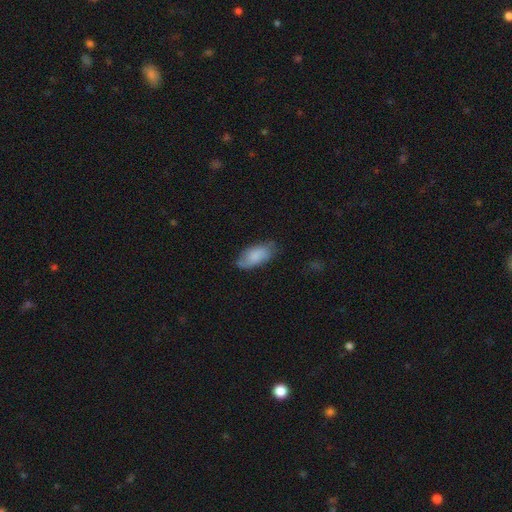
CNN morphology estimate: A smooth galaxy with no disk features (77%) that is in between round and cigar-shaped (91%).

Vote fractions:
- Smooth or featured? smooth: 77% / featured or disk: 17% / star or artifact: 6%
- How rounded? in between: 91% / cigar-shaped: 6% / round: 2%
- Merging? none: 69% / minor disturbance: 24% / major disturbance: 5% / merger: 1%